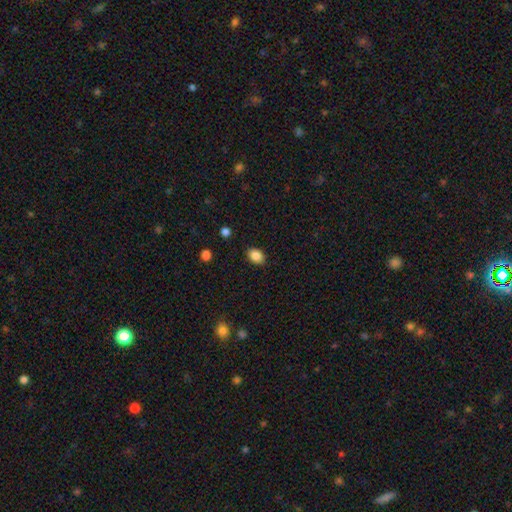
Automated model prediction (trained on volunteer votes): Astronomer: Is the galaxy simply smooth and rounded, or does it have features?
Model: smooth — 87%.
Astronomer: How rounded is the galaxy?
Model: in between — 72%.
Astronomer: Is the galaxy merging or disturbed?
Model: none — 87%.